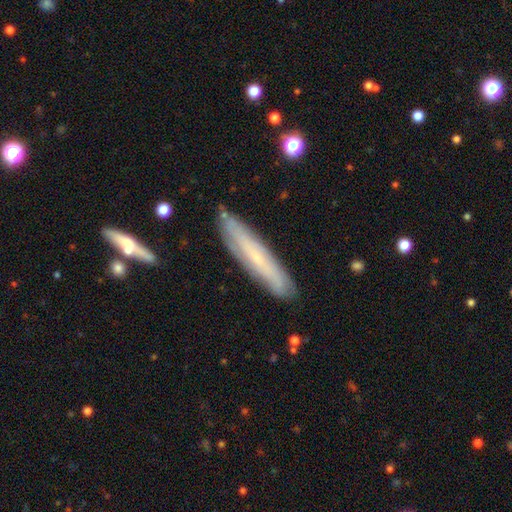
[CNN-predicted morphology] A featured or disk galaxy (51%) viewed edge-on (61%). Merging: none (84%).